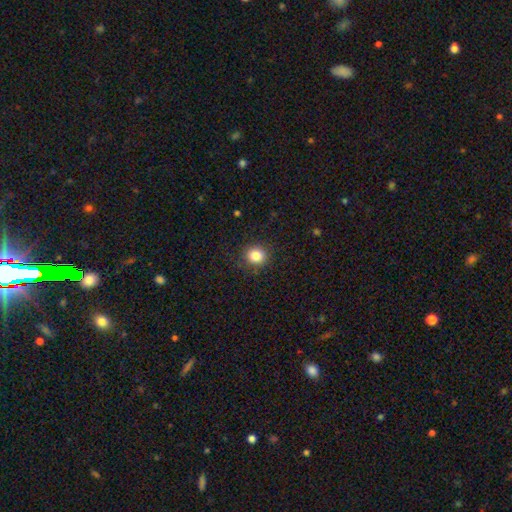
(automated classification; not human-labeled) Smooth or featured: smooth — 84% (star or artifact — 11%)
How rounded: round — 86% (in between — 13%)
Merging: none — 89% (minor disturbance — 7%)